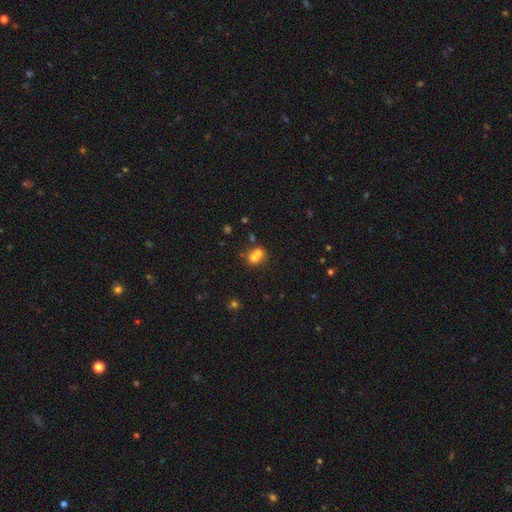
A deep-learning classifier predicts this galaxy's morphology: smooth_or_featured: smooth (p=0.65) [alt: featured or disk p=0.20]
how_rounded: round (p=0.69) [alt: in between p=0.30]
merging: merger (p=0.64) [alt: none p=0.27]